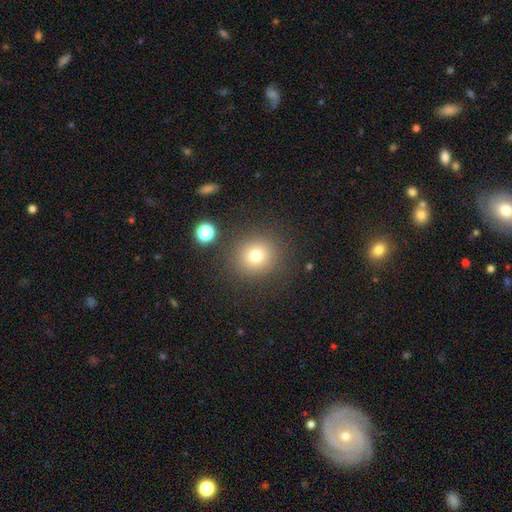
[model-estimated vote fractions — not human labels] This appears to be a smooth galaxy with no disk features (75%) that is round (88%). Merging: none (85%).